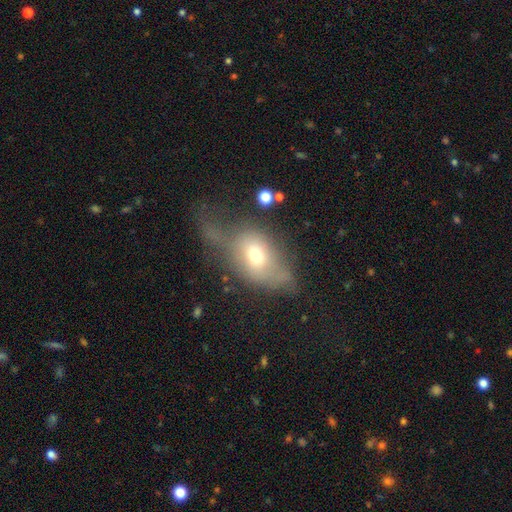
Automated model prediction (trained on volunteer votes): The model was most divided on "merging": major disturbance: 50%, none: 22%, minor disturbance: 22%, merger: 6%. More confident: how rounded — in between (74%); smooth or featured — smooth (59%).